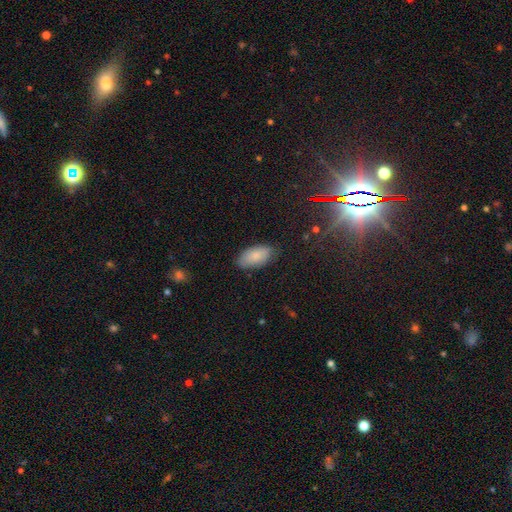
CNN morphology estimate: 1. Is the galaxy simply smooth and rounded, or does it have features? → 82% smooth, 10% featured or disk, 7% star or artifact.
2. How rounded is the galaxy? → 94% in between, 3% cigar-shaped, 3% round.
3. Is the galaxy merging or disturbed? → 79% none, 16% minor disturbance, 3% major disturbance, 1% merger.